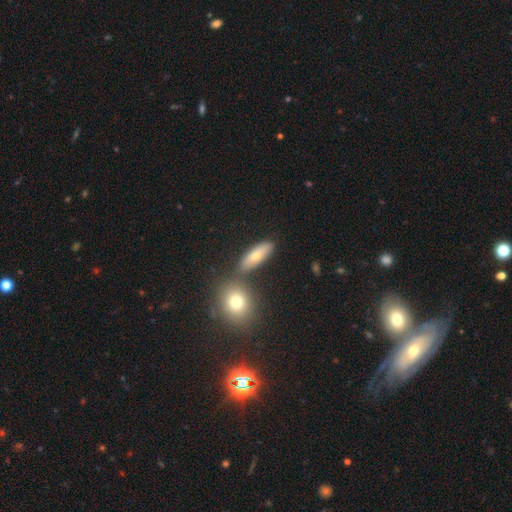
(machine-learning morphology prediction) A smooth galaxy with no disk features (65%) that is in between round and cigar-shaped (60%).

Vote fractions:
- Smooth or featured? smooth: 65% / featured or disk: 25% / star or artifact: 10%
- How rounded? in between: 60% / cigar-shaped: 30% / round: 9%
- Merging? none: 71% / merger: 15% / minor disturbance: 11% / major disturbance: 3%